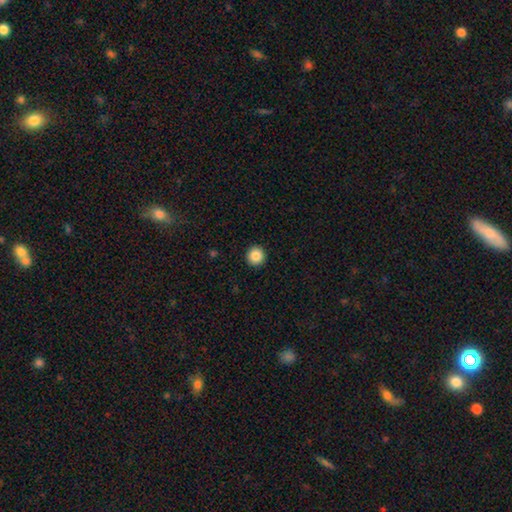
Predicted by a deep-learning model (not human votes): Morphology: type=smooth (87%); roundness=round (94%); merging=none (93%).